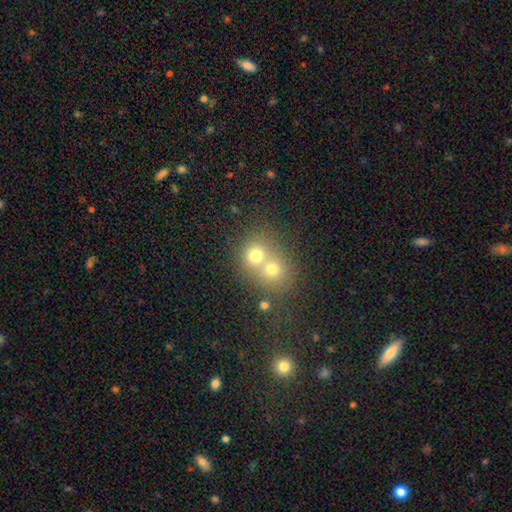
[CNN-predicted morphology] Smooth or featured?
  - smooth: 68% *
  - featured or disk: 17%
  - star or artifact: 15%
How rounded?
  - round: 77% *
  - in between: 22%
  - cigar-shaped: 1%
Merging?
  - merger: 63% *
  - none: 29%
  - minor disturbance: 5%
  - major disturbance: 3%